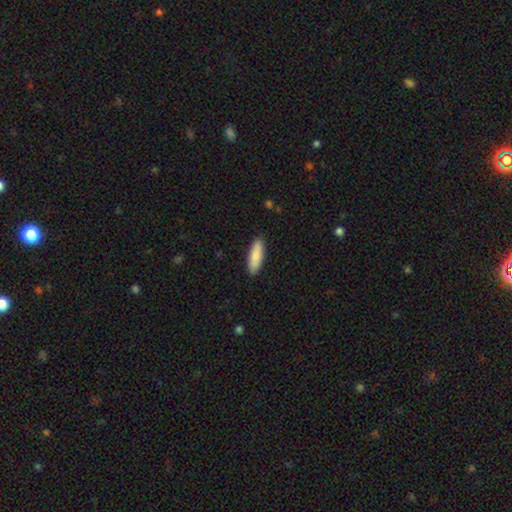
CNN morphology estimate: Overall: smooth (85%). How rounded: cigar-shaped (53%; in between 45%). Merging: none (89%).